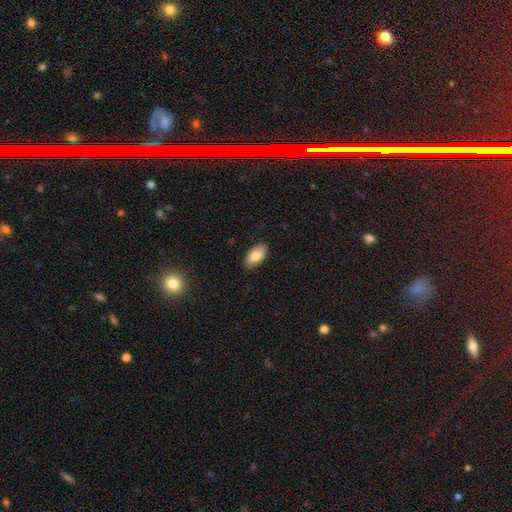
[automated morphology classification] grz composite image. It shows a smooth galaxy with no disk features (85%) that is in between round and cigar-shaped (93%). Merging: none (86%).